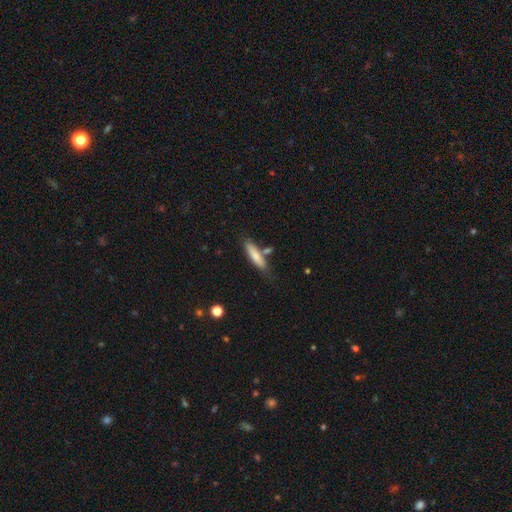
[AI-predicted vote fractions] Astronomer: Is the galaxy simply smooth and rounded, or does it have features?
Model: smooth — 77%.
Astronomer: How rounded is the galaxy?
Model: cigar-shaped — 75%.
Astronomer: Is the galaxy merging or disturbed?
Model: none — 70%.